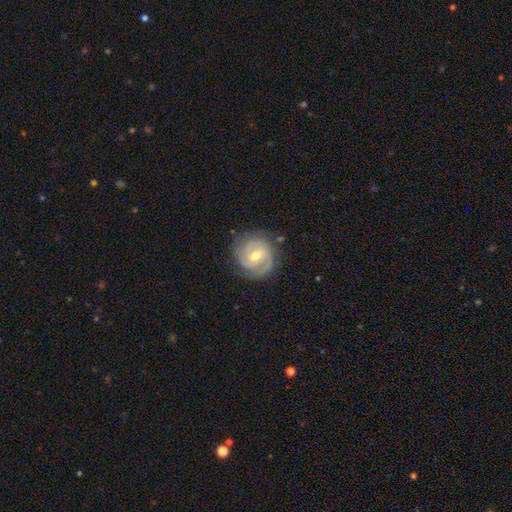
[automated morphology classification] Smooth or featured: featured or disk — 84% (smooth — 11%)
Edge-on disk: no — 98% (yes — 2%)
Bar: weak — 52% (no — 27%)
Spiral arms: yes — 95% (no — 5%)
Spiral winding: tight — 55% (medium — 36%)
Spiral arm count: 2 — 56% (3 — 19%)
Bulge size: moderate — 64% (small — 32%)
Merging: none — 79% (minor disturbance — 14%)